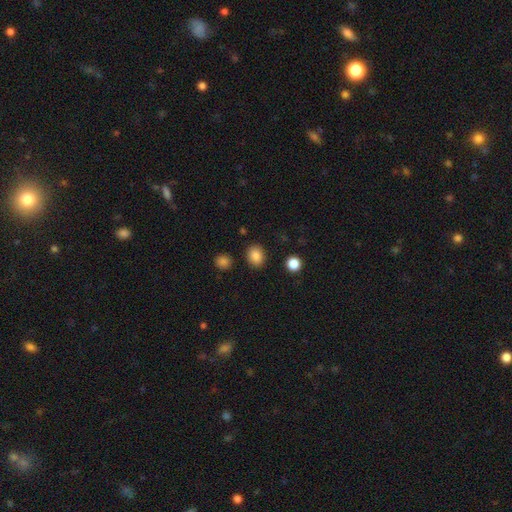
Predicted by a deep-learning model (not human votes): Smooth or featured? Predicted: smooth (p=0.86). How rounded? Predicted: round (p=0.51). Merging? Predicted: none (p=0.87).